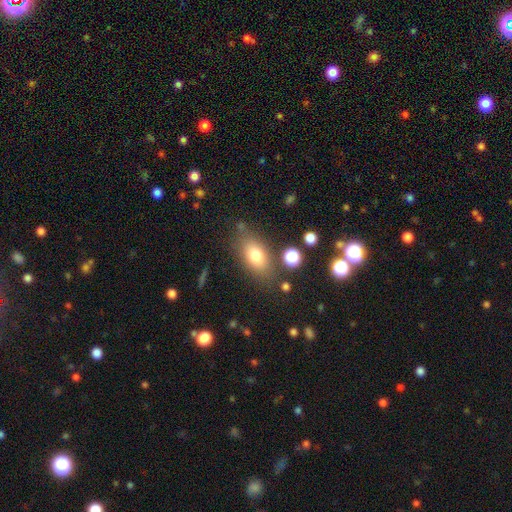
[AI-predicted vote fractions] Q: Smooth or featured?
A: smooth (76%); runner-up: featured or disk (14%)
Q: How rounded?
A: in between (82%); runner-up: round (12%)
Q: Merging?
A: none (74%); runner-up: minor disturbance (15%)